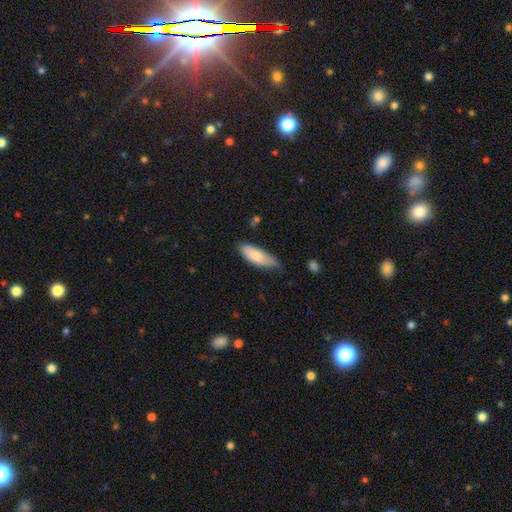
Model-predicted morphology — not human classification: smooth-or-featured: smooth: 83% | featured or disk: 12% | star or artifact: 6%
  how-rounded: in between: 67% | cigar-shaped: 31% | round: 2%
  merging: none: 63% | minor disturbance: 30% | major disturbance: 5% | merger: 2%